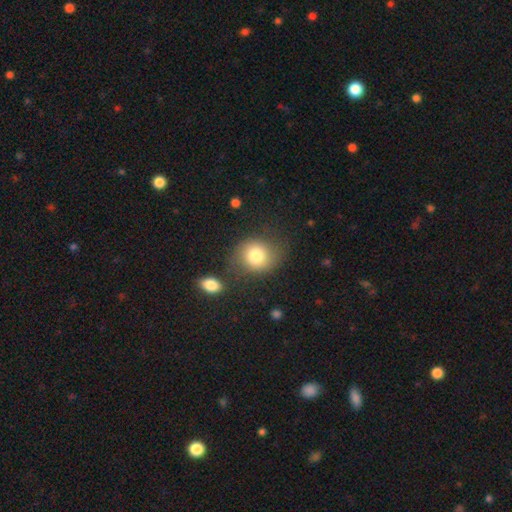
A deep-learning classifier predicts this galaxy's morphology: Smooth or featured? smooth (79%)
How rounded? round (71%)
Merging? none (68%)